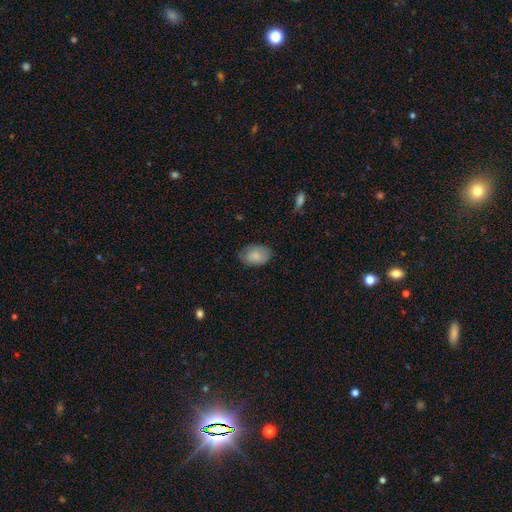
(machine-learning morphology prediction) smooth 81%, featured or disk 12%, star or artifact 6%. Down the decision tree: how rounded — in between (88%); merging — none (71%).